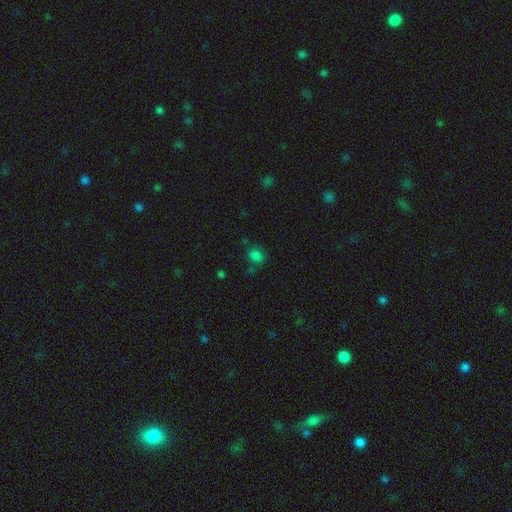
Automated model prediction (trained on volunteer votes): A smooth galaxy with no disk features (75%) that is round (49%, tied with in between). Merging: none (69%).